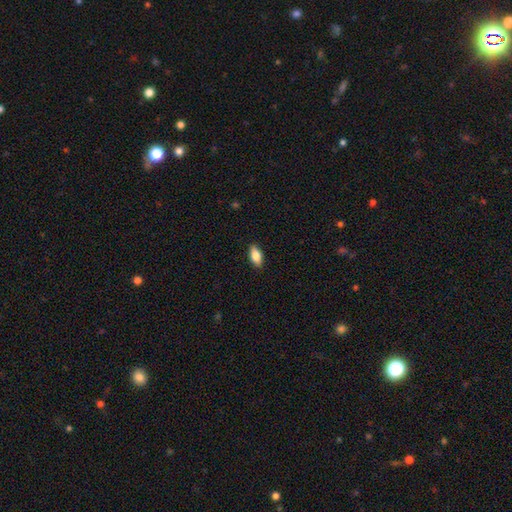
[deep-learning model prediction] smooth_or_featured: smooth (p=0.82) [alt: featured or disk p=0.11]
how_rounded: in between (p=0.89) [alt: cigar-shaped p=0.08]
merging: none (p=0.88) [alt: minor disturbance p=0.09]